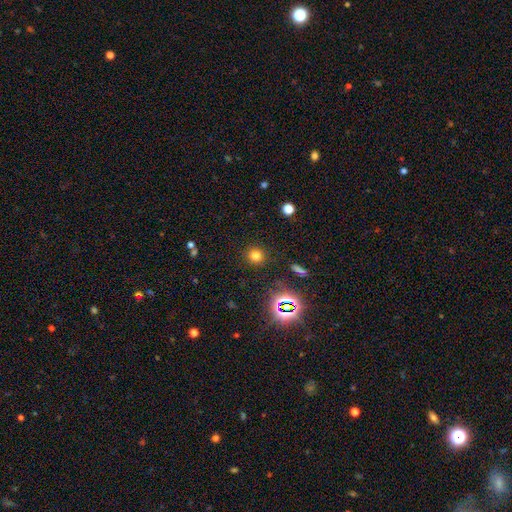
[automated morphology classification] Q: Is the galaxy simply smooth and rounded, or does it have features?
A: smooth — 73%.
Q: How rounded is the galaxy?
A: round — 92%.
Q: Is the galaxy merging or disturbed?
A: none — 89%.